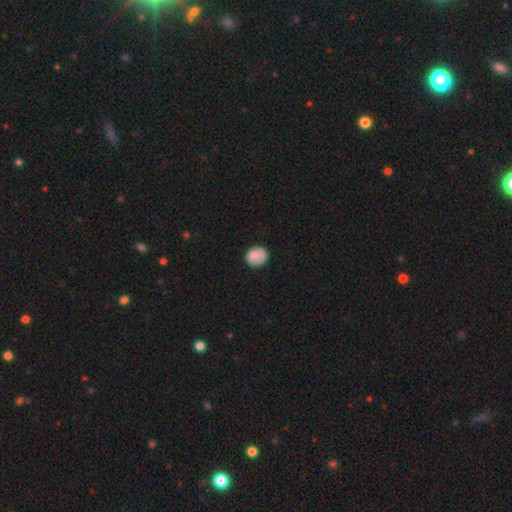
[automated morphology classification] Q: Smooth or featured?
A: smooth (85%); runner-up: star or artifact (8%)
Q: How rounded?
A: round (75%); runner-up: in between (24%)
Q: Merging?
A: none (80%); runner-up: minor disturbance (15%)